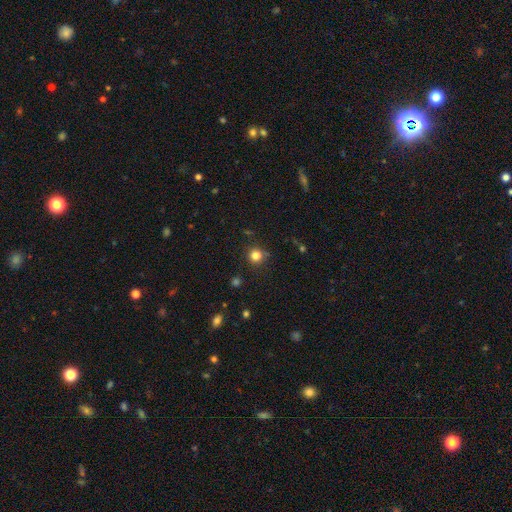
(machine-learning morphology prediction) Q: Smooth or featured?
A: smooth (81%); runner-up: star or artifact (14%)
Q: How rounded?
A: round (92%); runner-up: in between (7%)
Q: Merging?
A: none (82%); runner-up: minor disturbance (12%)